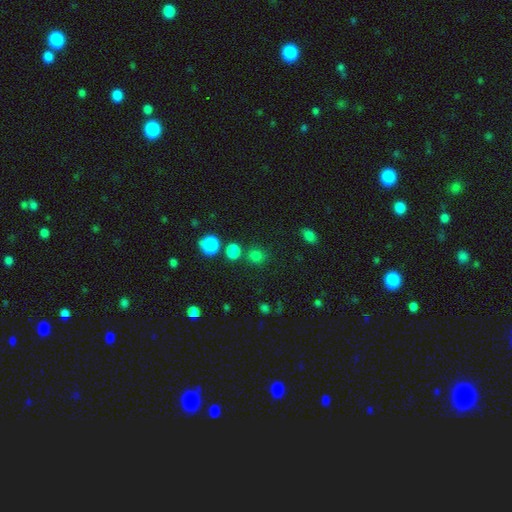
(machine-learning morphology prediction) Q: Smooth or featured?
A: smooth (79%); runner-up: star or artifact (17%)
Q: How rounded?
A: round (80%); runner-up: in between (19%)
Q: Merging?
A: none (73%); runner-up: merger (12%)